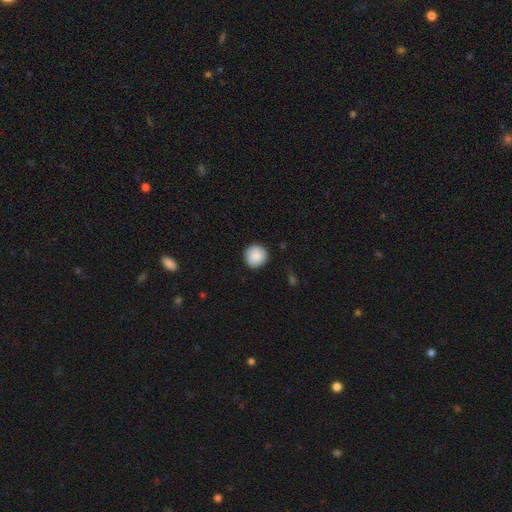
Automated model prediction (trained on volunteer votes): Overall: smooth (89%). How rounded: round (95%). Merging: none (90%).